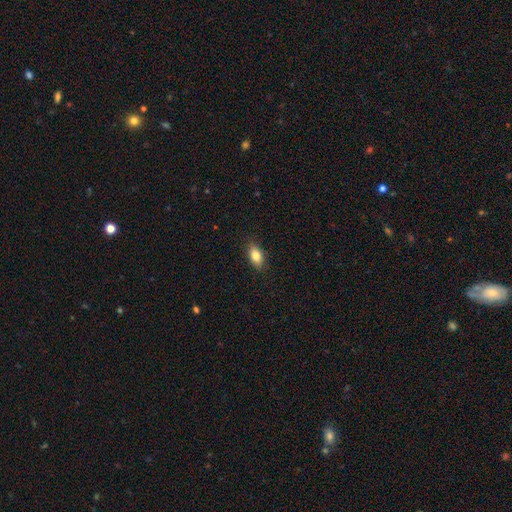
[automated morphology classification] Smooth or featured? smooth (81%)
How rounded? in between (86%)
Merging? none (86%)